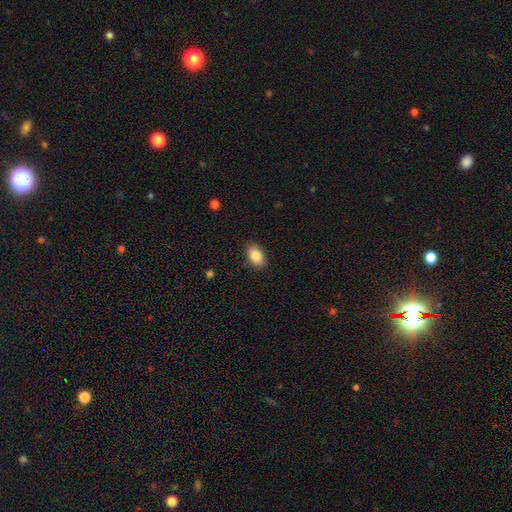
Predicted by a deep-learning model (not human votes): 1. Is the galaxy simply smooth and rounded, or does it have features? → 84% smooth, 9% featured or disk, 8% star or artifact.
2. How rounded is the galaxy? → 90% in between, 8% round, 1% cigar-shaped.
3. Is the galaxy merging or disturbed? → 89% none, 8% minor disturbance, 2% major disturbance, 1% merger.